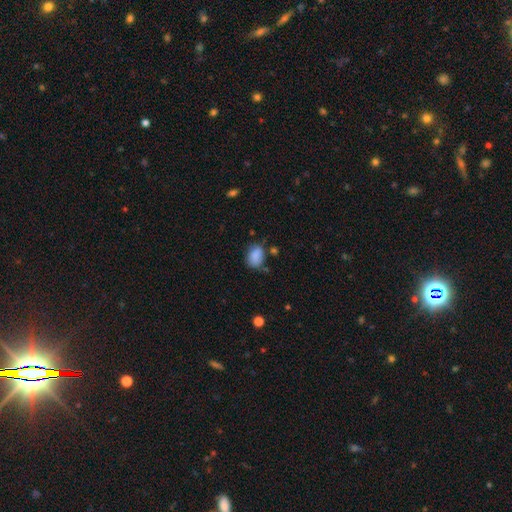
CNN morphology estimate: Smooth or featured? smooth (86%)
How rounded? in between (76%)
Merging? none (61%)